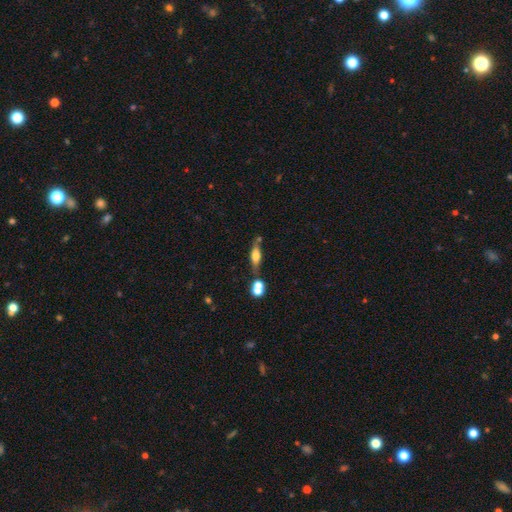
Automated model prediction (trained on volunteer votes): Smooth or featured: smooth — 46% (featured or disk — 44%)
Merging: none — 61% (merger — 19%)